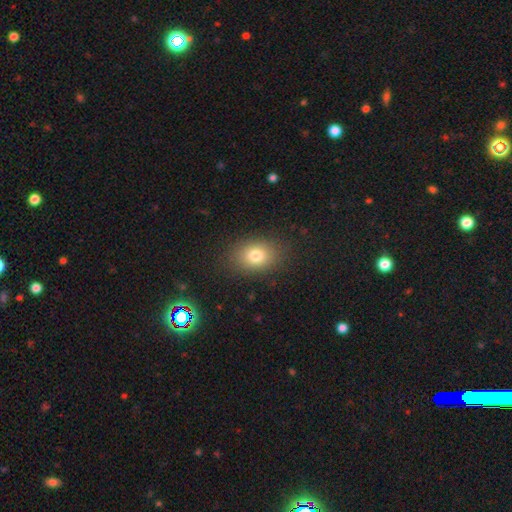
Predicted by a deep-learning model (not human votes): A smooth galaxy with no disk features (79%) that is in between round and cigar-shaped (69%).

Vote fractions:
- Smooth or featured? smooth: 79% / star or artifact: 11% / featured or disk: 10%
- How rounded? in between: 69% / round: 30% / cigar-shaped: 1%
- Merging? none: 86% / minor disturbance: 10% / major disturbance: 4% / merger: 1%